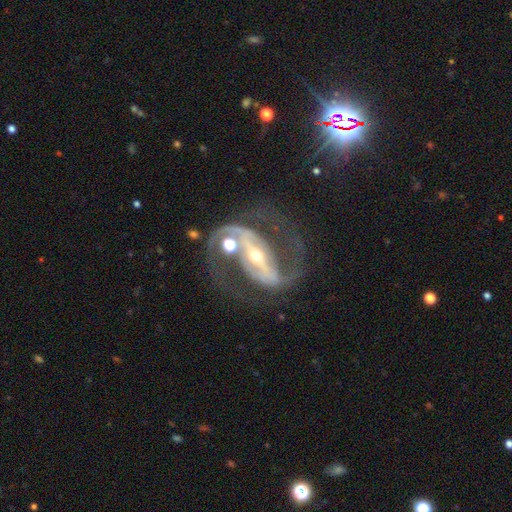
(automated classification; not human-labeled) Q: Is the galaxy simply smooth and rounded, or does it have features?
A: featured or disk — 90%.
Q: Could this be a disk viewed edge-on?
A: no — 95%.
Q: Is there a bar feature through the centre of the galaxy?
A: strong — 72%.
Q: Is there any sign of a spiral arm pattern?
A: yes — 95%.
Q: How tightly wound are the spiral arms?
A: medium — 55%.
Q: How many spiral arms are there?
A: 2 — 92%.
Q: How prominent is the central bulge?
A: small — 52%.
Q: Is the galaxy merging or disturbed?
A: none — 56%.